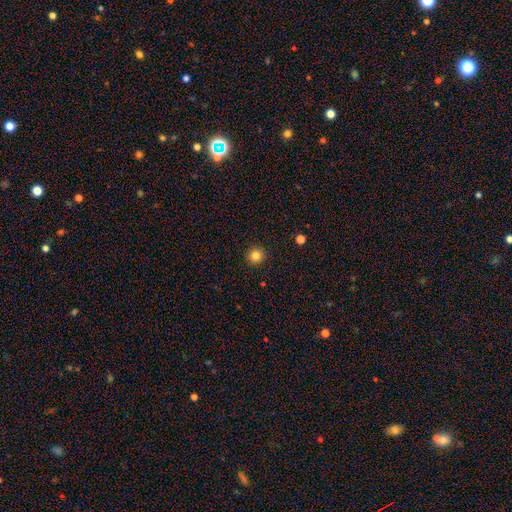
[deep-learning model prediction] Overall: smooth (83%). How rounded: round (92%). Merging: none (92%).